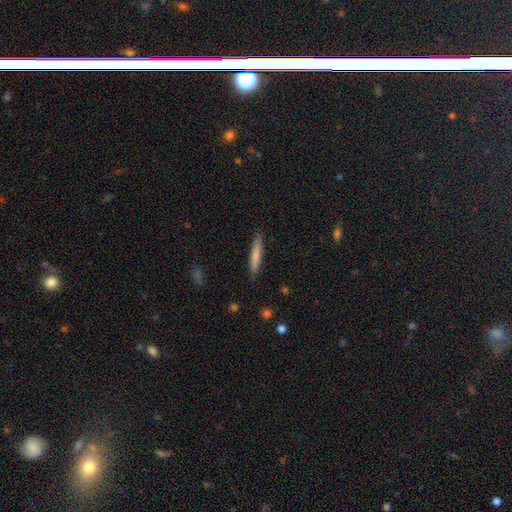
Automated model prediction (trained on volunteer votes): Smooth or featured? smooth (76%)
How rounded? cigar-shaped (93%)
Merging? none (88%)